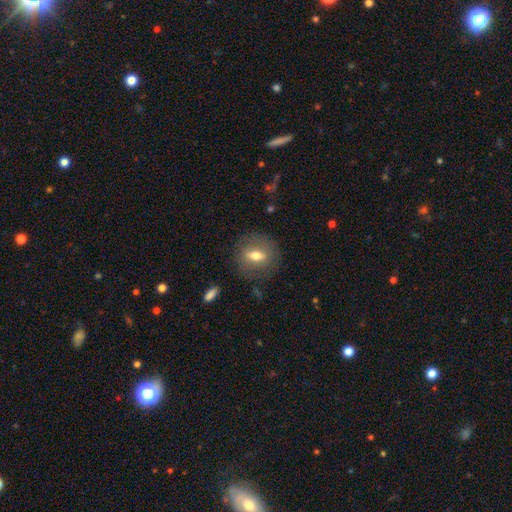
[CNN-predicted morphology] A smooth galaxy with no disk features (55%) that is round (51%). Merging: none (81%).